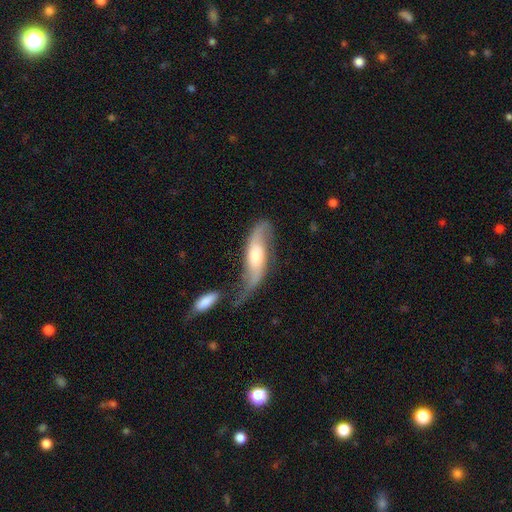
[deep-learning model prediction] A featured or disk galaxy (73%) with no bar (53%), 2 (88%) loose (74%) spiral arms (92%) and a moderate central bulge (54%).

Vote fractions:
- Smooth or featured? featured or disk: 73% / smooth: 22% / star or artifact: 5%
- Edge-on disk? no: 80% / yes: 20%
- Bar? no: 53% / weak: 34% / strong: 13%
- Spiral arms? yes: 92% / no: 8%
- Spiral winding? loose: 74% / medium: 20% / tight: 6%
- Spiral arm count? 2: 88% / can't tell: 5% / 1: 4% / 3: 1% / 4: 1% / more than 4: 1%
- Bulge size? moderate: 54% / large: 24% / small: 15% / none: 4% / dominant: 3%
- Merging? none: 40% / minor disturbance: 24% / merger: 19% / major disturbance: 17%